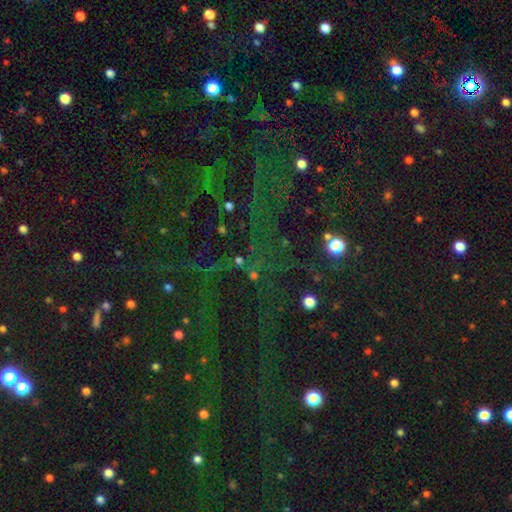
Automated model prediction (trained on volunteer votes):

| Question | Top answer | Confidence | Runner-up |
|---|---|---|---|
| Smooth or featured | star or artifact | 76% | smooth (16%) |